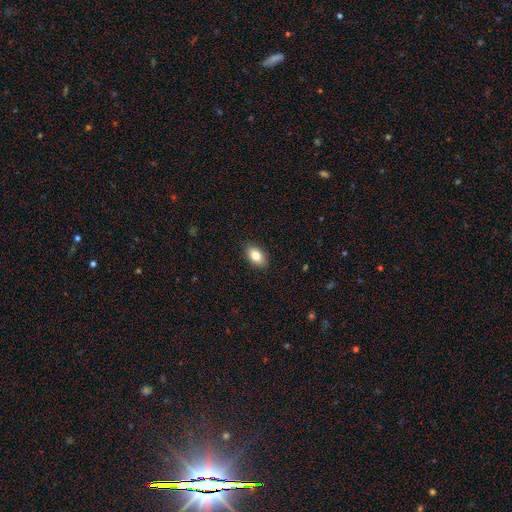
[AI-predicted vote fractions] Smooth or featured: smooth — 81% (featured or disk — 11%)
How rounded: in between — 89% (round — 9%)
Merging: none — 89% (minor disturbance — 8%)